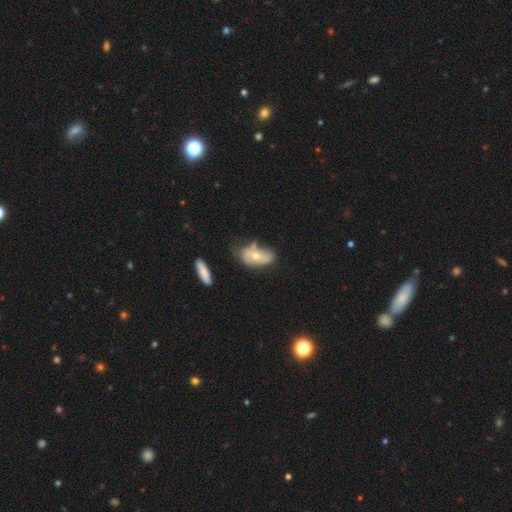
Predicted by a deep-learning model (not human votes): Morphology: type=smooth (47%); merging=none (38%).